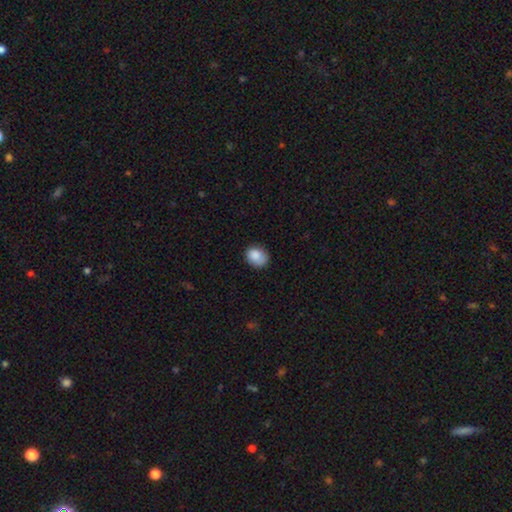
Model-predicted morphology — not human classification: smooth-or-featured: smooth: 86% | star or artifact: 8% | featured or disk: 6%
  how-rounded: round: 52% | in between: 47% | cigar-shaped: 1%
  merging: none: 71% | minor disturbance: 23% | major disturbance: 5% | merger: 2%